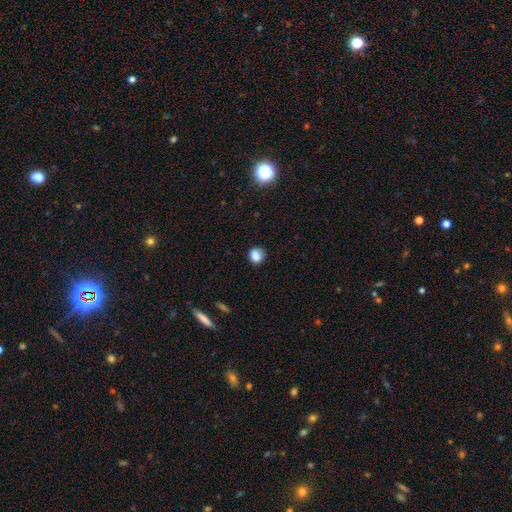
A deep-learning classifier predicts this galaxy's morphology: smooth 85%, star or artifact 11%, featured or disk 4%. Down the decision tree: how rounded — round (73%); merging — none (80%).